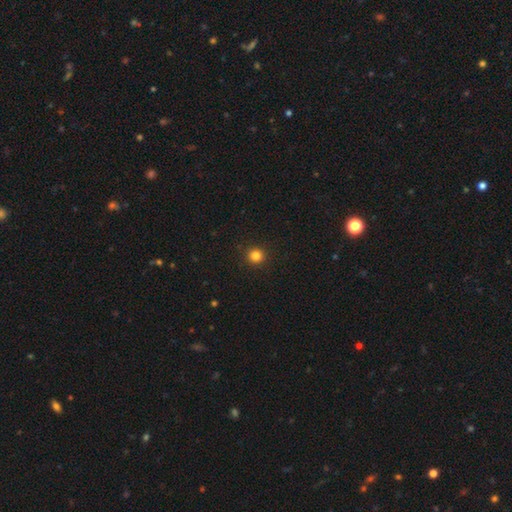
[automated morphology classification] The model was most divided on "smooth or featured": smooth: 84%, star or artifact: 12%, featured or disk: 4%. More confident: how rounded — round (94%); merging — none (92%).